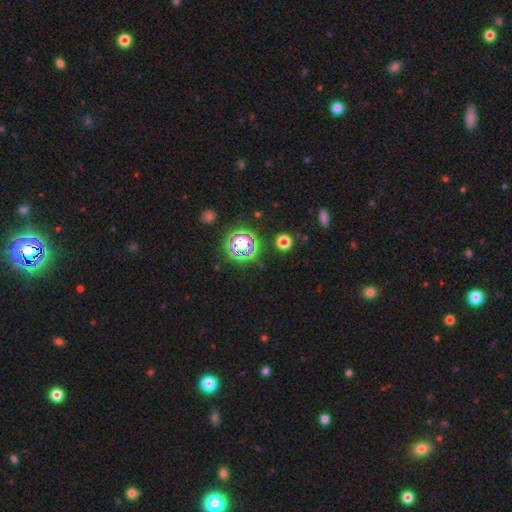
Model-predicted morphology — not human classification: Smooth or featured? Predicted: star or artifact (p=0.57).